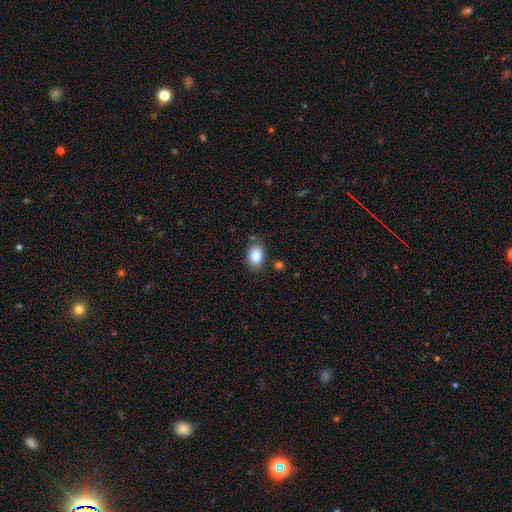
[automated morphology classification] Smooth or featured: smooth — 85% (star or artifact — 8%)
How rounded: in between — 74% (round — 25%)
Merging: none — 80% (minor disturbance — 13%)